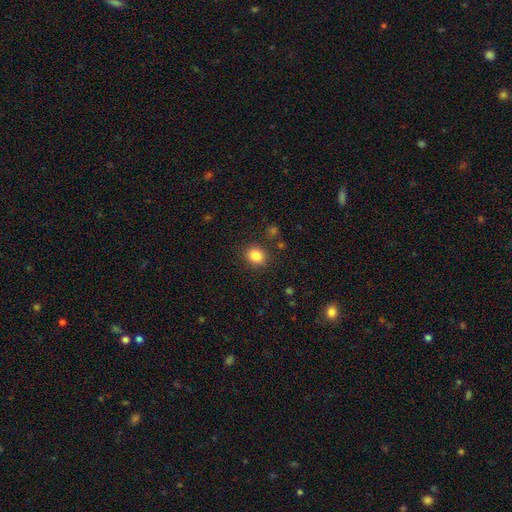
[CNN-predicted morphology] smooth 84%, star or artifact 11%, featured or disk 5%. Down the decision tree: how rounded — round (73%); merging — none (86%).